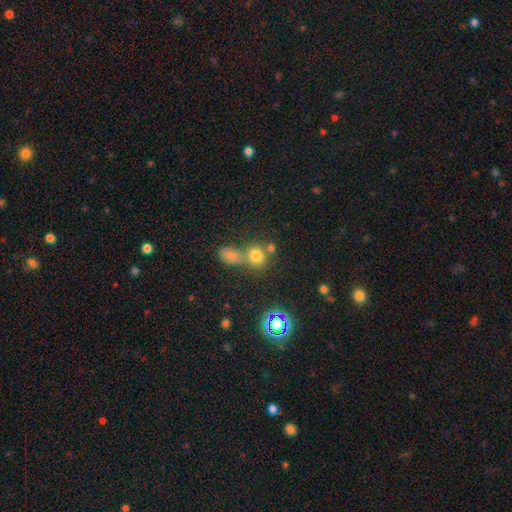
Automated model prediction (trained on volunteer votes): smooth-or-featured: smooth: 72% | star or artifact: 19% | featured or disk: 9%
  how-rounded: round: 76% | in between: 22% | cigar-shaped: 1%
  merging: none: 46% | merger: 41% | minor disturbance: 8% | major disturbance: 4%